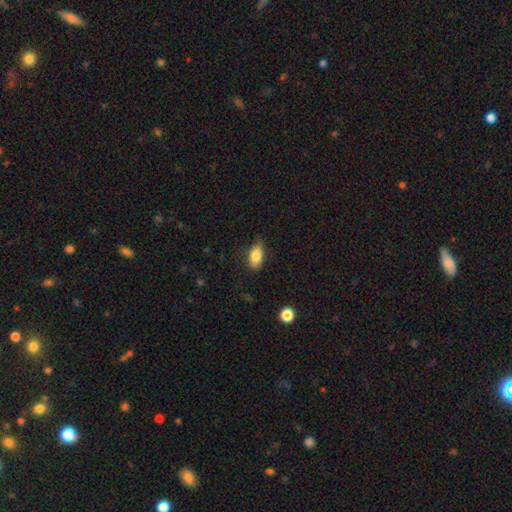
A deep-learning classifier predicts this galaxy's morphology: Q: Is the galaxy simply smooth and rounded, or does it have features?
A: smooth — 83%.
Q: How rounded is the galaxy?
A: in between — 89%.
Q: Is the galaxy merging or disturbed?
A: none — 74%.